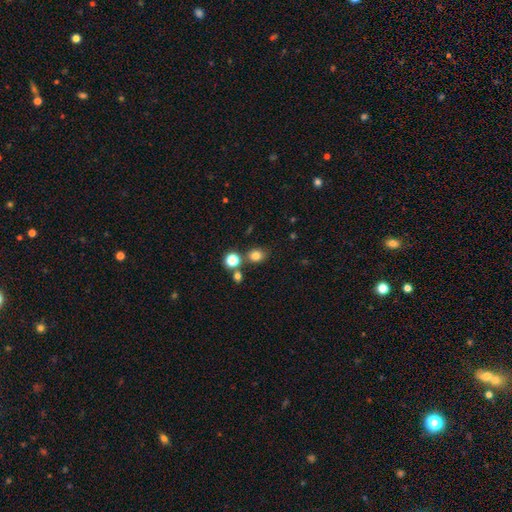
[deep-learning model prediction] This appears to be a smooth galaxy with no disk features (79%) that is round (68%). Merging: none (75%).